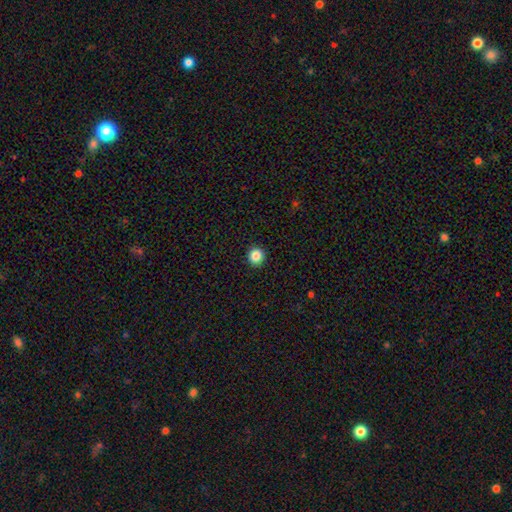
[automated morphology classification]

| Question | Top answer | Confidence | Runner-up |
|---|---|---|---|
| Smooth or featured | smooth | 86% | star or artifact (10%) |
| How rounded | round | 93% | in between (6%) |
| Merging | none | 93% | minor disturbance (4%) |